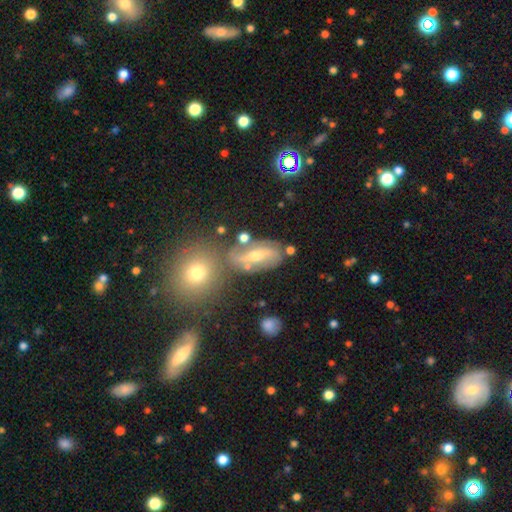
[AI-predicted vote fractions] This appears to be a featured or disk galaxy (62%) with a strong bar (39%), spiral arms (69%) and a moderate central bulge (63%). Merging: none (61%).